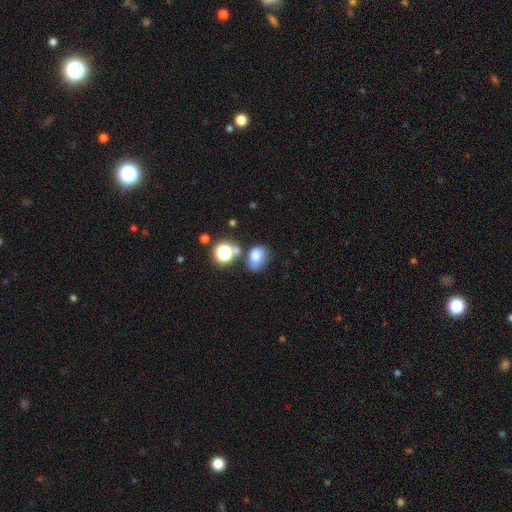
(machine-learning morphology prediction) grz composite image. It shows a smooth galaxy with no disk features (75%) that is in between round and cigar-shaped (63%). Merging: none (49%).